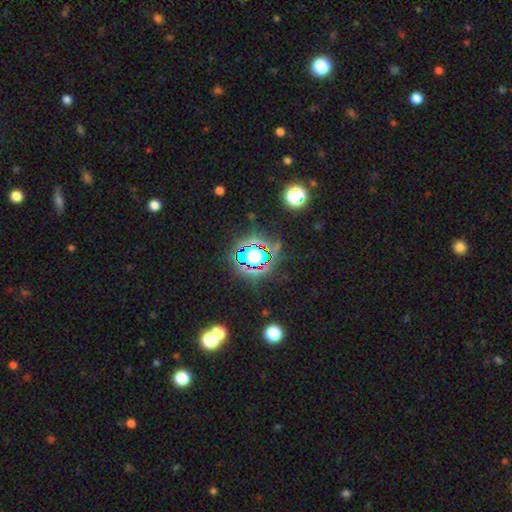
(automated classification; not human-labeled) Morphology: type=star or artifact (74%).